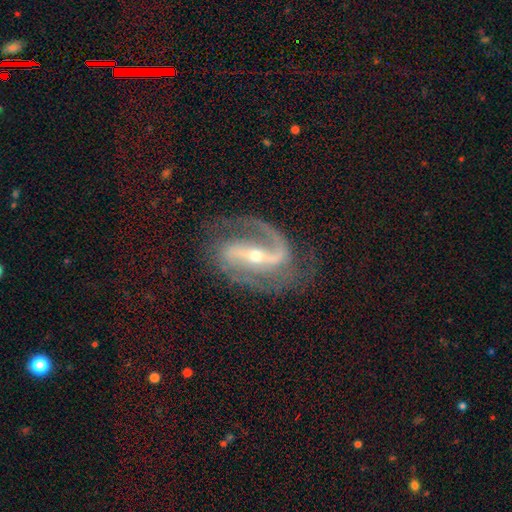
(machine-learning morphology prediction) This appears to be a featured or disk galaxy (91%) with a strong bar (64%), 2 (88%) medium (56%) spiral arms (98%) and a small central bulge (51%). Merging: none (74%).